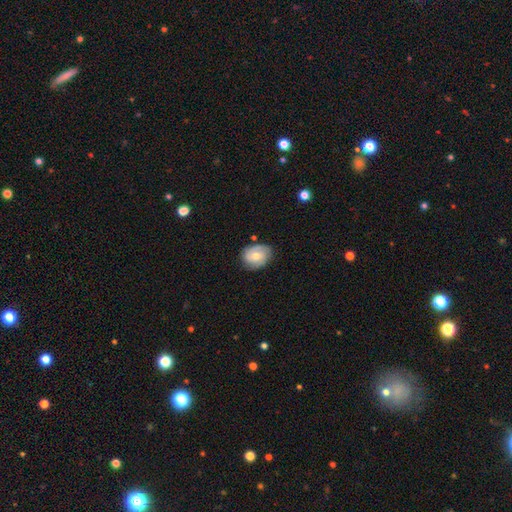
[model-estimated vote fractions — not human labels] Smooth or featured? Predicted: featured or disk (p=0.56). Edge-on disk? Predicted: no (p=0.97). Bar? Predicted: no (p=0.66). Spiral arms? Predicted: yes (p=0.88). Bulge size? Predicted: moderate (p=0.59). Merging? Predicted: none (p=0.76).